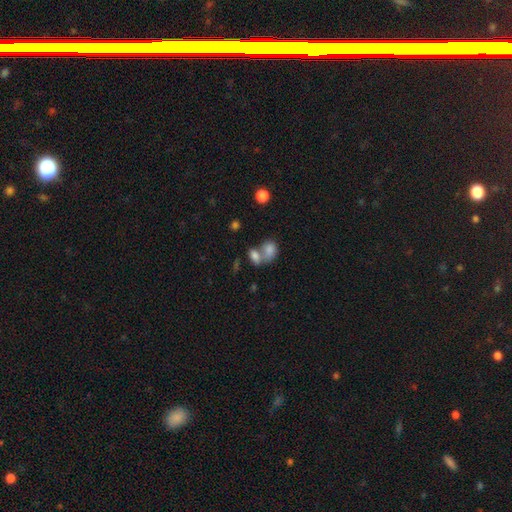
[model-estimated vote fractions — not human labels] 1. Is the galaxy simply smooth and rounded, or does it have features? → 78% smooth, 12% featured or disk, 9% star or artifact.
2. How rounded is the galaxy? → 80% in between, 17% round, 3% cigar-shaped.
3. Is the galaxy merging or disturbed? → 61% merger, 27% none, 7% minor disturbance, 4% major disturbance.